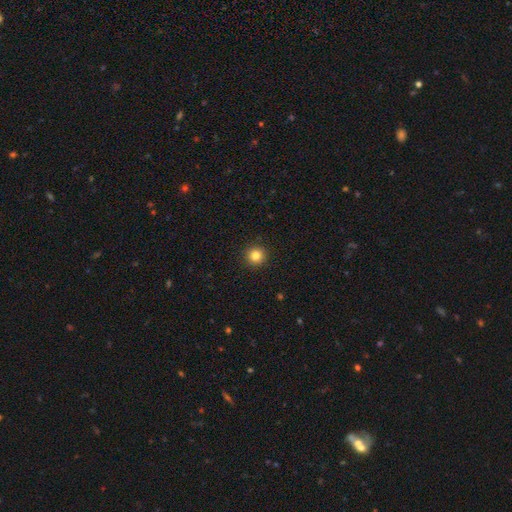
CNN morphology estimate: Smooth or featured? Predicted: smooth (p=0.83). How rounded? Predicted: round (p=0.95). Merging? Predicted: none (p=0.93).